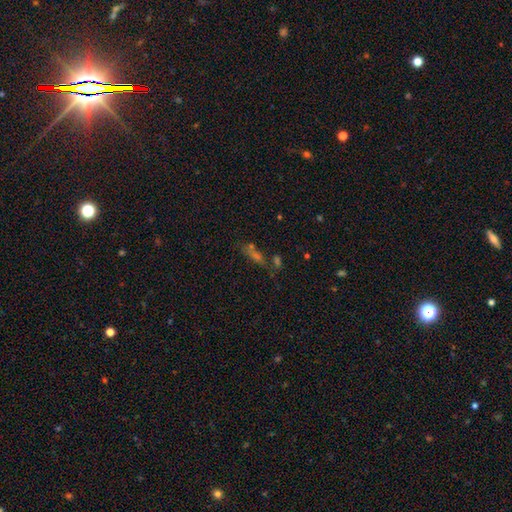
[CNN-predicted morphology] Smooth or featured?
  - smooth: 40% *
  - star or artifact: 38%
  - featured or disk: 22%
Merging?
  - none: 46% *
  - merger: 30%
  - minor disturbance: 13%
  - major disturbance: 11%